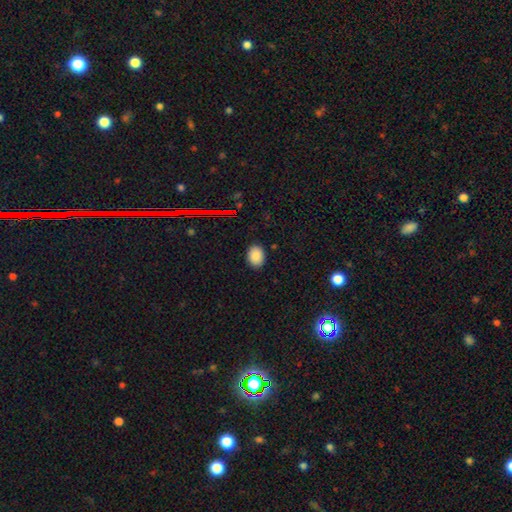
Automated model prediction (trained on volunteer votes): A smooth galaxy with no disk features (86%) that is in between round and cigar-shaped (68%).

Vote fractions:
- Smooth or featured? smooth: 86% / star or artifact: 9% / featured or disk: 4%
- How rounded? in between: 68% / round: 32% / cigar-shaped: 1%
- Merging? none: 89% / minor disturbance: 8% / major disturbance: 2% / merger: 1%